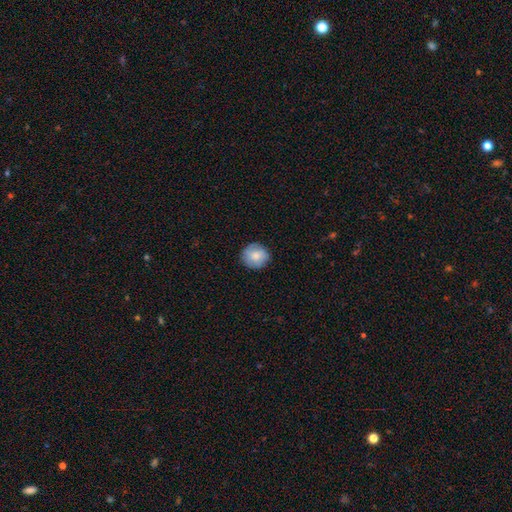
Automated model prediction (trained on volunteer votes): Smooth or featured? smooth (80%)
How rounded? round (90%)
Merging? none (85%)